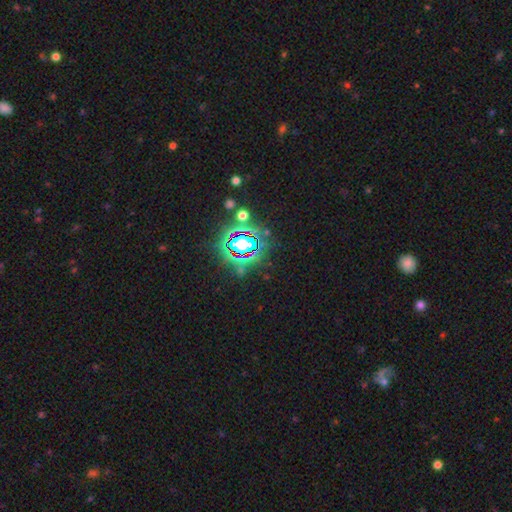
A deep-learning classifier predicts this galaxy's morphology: A star or artifact, not a galaxy (80%).

Vote fractions:
- Smooth or featured? star or artifact: 80% / smooth: 12% / featured or disk: 8%